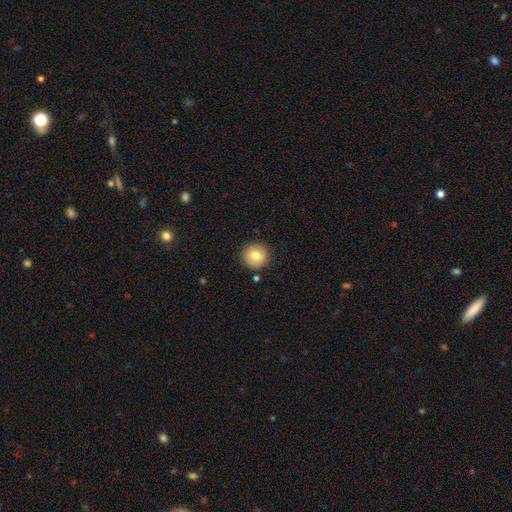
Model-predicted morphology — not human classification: This appears to be a smooth galaxy with no disk features (80%) that is round (93%). Merging: none (88%).